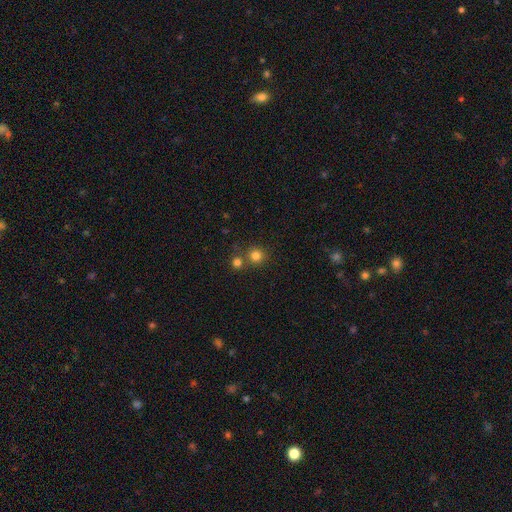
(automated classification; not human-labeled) A smooth galaxy with no disk features (79%) that is round (92%).

Vote fractions:
- Smooth or featured? smooth: 79% / star or artifact: 15% / featured or disk: 6%
- How rounded? round: 92% / in between: 7% / cigar-shaped: 1%
- Merging? none: 68% / merger: 23% / minor disturbance: 7% / major disturbance: 3%